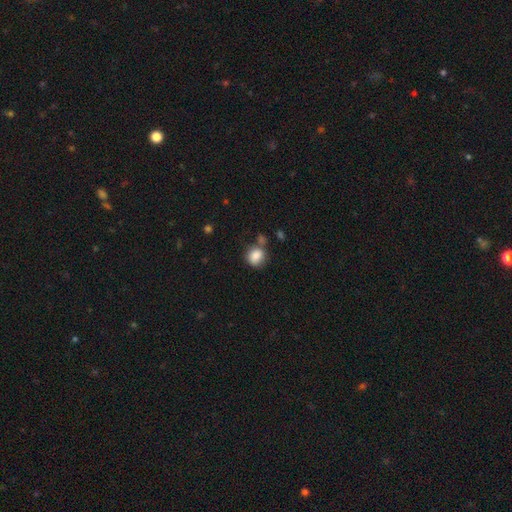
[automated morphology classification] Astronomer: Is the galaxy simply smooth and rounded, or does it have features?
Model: smooth — 85%.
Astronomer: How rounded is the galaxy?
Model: round — 75%.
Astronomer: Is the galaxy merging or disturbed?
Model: none — 64%.